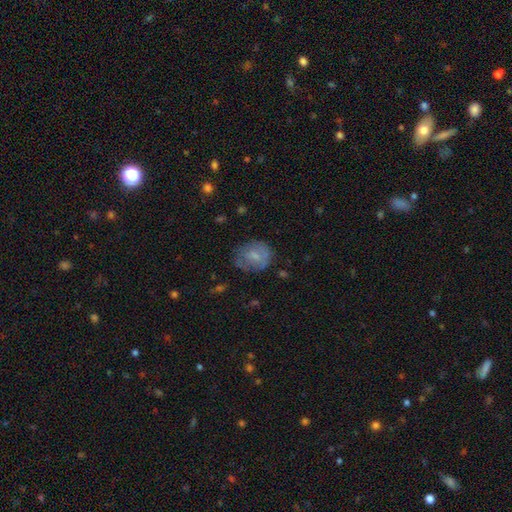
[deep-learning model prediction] A smooth galaxy with no disk features (57%) that is round (63%). Merging: none (63%).